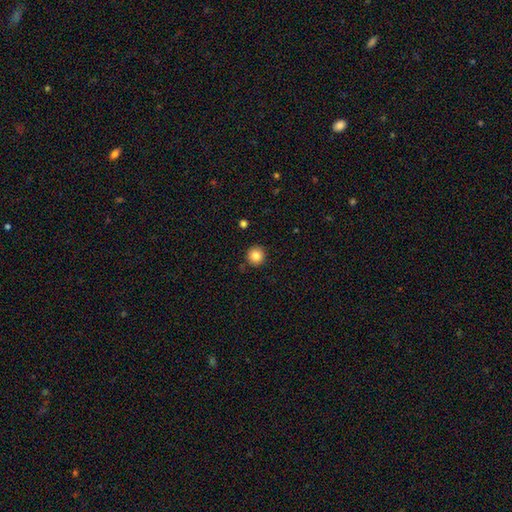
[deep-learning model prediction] This appears to be a smooth galaxy with no disk features (83%) that is round (95%). Merging: none (90%).